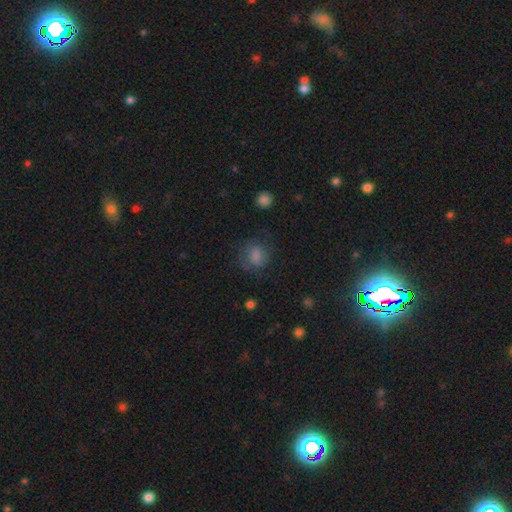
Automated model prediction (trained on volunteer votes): smooth_or_featured: smooth (p=0.74) [alt: featured or disk p=0.14]
how_rounded: round (p=0.63) [alt: in between p=0.36]
merging: none (p=0.63) [alt: minor disturbance p=0.21]